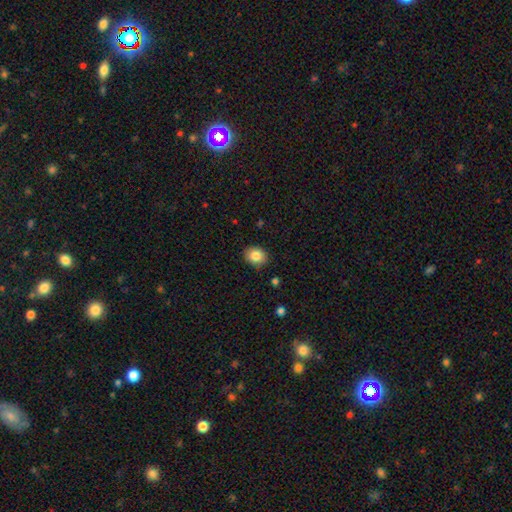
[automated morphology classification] type=smooth (85%); roundness=round (54%); merging=none (88%).